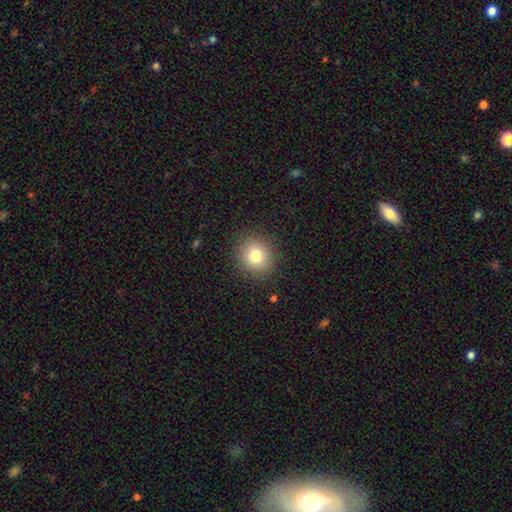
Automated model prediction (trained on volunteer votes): A smooth galaxy with no disk features (79%) that is round (87%).

Vote fractions:
- Smooth or featured? smooth: 79% / star or artifact: 12% / featured or disk: 9%
- How rounded? round: 87% / in between: 12% / cigar-shaped: 1%
- Merging? none: 89% / minor disturbance: 7% / major disturbance: 3% / merger: 1%